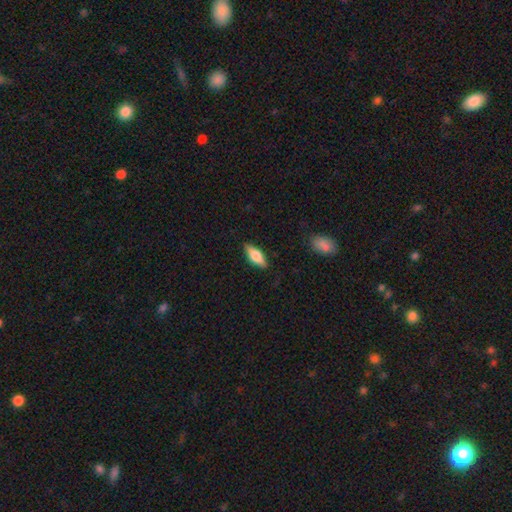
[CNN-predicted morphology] Smooth or featured? Predicted: smooth (p=0.64). How rounded? Predicted: in between (p=0.69). Merging? Predicted: none (p=0.86).